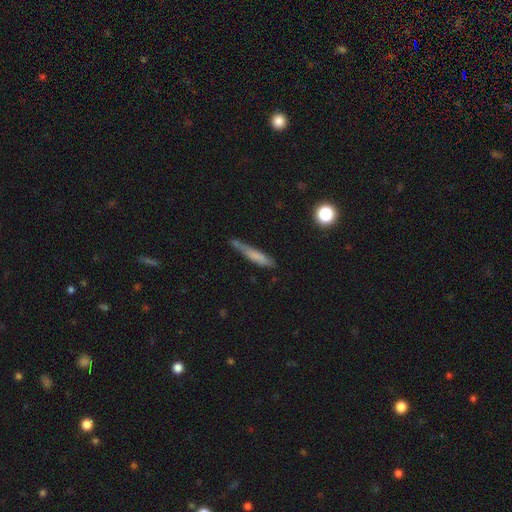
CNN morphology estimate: Smooth or featured?
  - smooth: 65% *
  - featured or disk: 26%
  - star or artifact: 9%
How rounded?
  - cigar-shaped: 89% *
  - in between: 9%
  - round: 2%
Merging?
  - none: 55% *
  - minor disturbance: 28%
  - major disturbance: 9%
  - merger: 8%